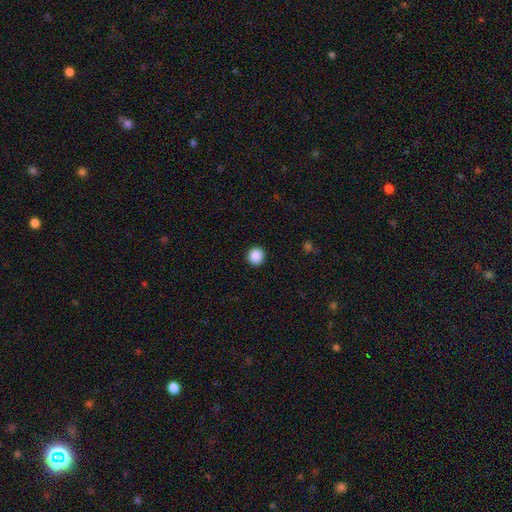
Overall: smooth (88%). How rounded: round (94%). Merging: none (94%).